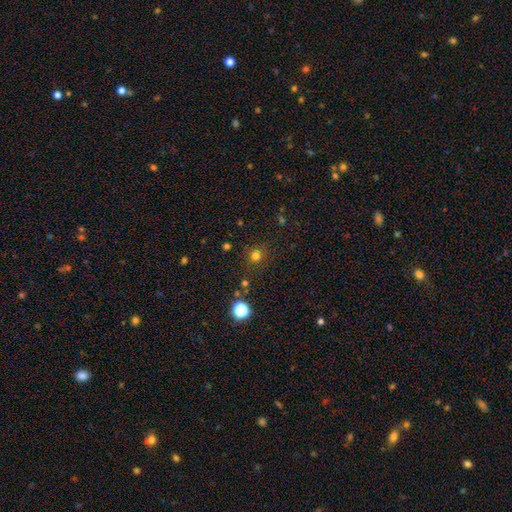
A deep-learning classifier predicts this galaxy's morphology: smooth-or-featured: smooth: 74% | star or artifact: 20% | featured or disk: 6%
  how-rounded: round: 92% | in between: 7% | cigar-shaped: 1%
  merging: none: 85% | minor disturbance: 9% | major disturbance: 4% | merger: 3%